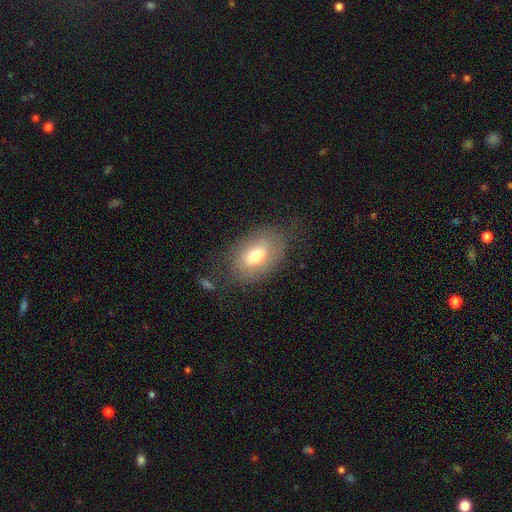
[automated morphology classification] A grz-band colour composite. It shows a smooth galaxy with no disk features (66%) that is in between round and cigar-shaped (87%). Merging: none (68%).